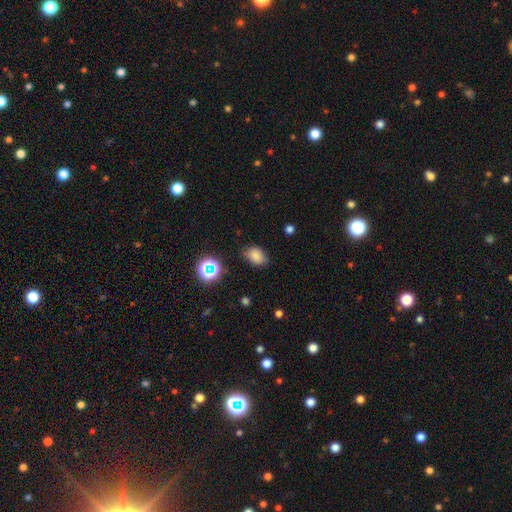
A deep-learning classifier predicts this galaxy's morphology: The model was most divided on "how rounded": in between: 65%, round: 33%, cigar-shaped: 1%. More confident: smooth or featured — smooth (79%); merging — none (72%).